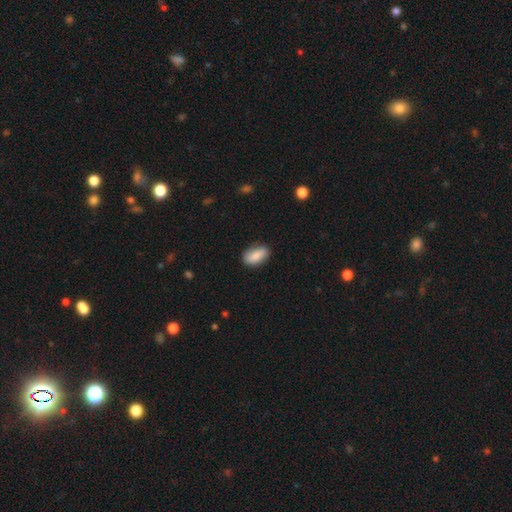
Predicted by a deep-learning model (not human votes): Smooth or featured: smooth — 84% (featured or disk — 9%)
How rounded: in between — 91% (round — 5%)
Merging: none — 80% (minor disturbance — 15%)